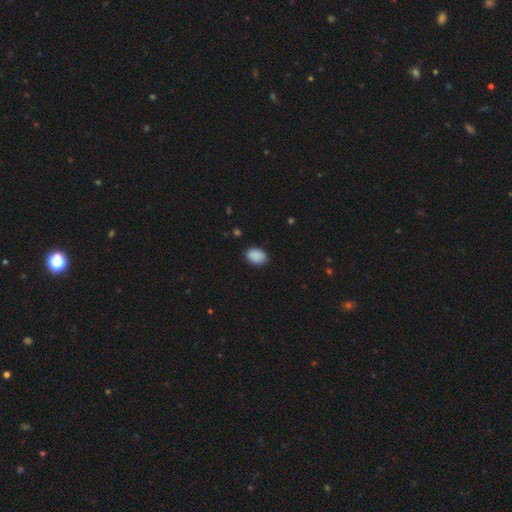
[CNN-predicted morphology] Overall: smooth (90%). How rounded: in between (83%). Merging: none (86%).